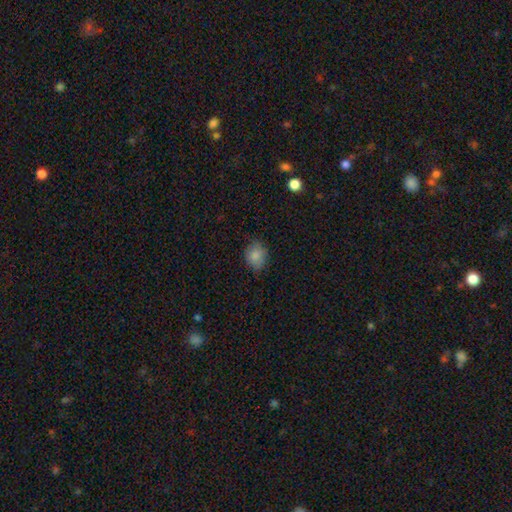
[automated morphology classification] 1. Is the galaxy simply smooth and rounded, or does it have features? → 84% smooth, 9% star or artifact, 7% featured or disk.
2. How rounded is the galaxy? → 51% in between, 48% round, 1% cigar-shaped.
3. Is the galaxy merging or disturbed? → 77% none, 18% minor disturbance, 4% major disturbance, 1% merger.